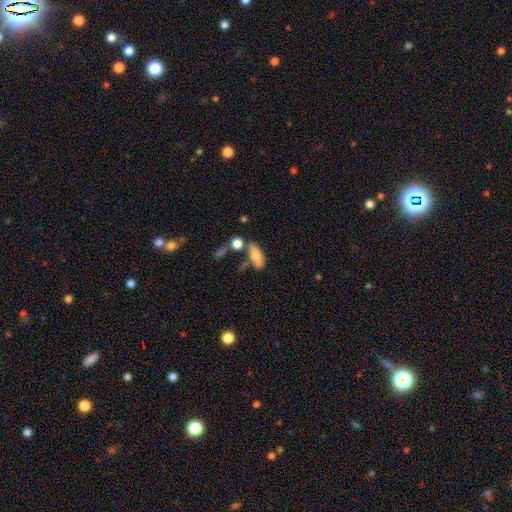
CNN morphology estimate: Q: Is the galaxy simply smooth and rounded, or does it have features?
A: smooth — 78%.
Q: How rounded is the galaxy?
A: in between — 77%.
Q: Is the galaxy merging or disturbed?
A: none — 47%.